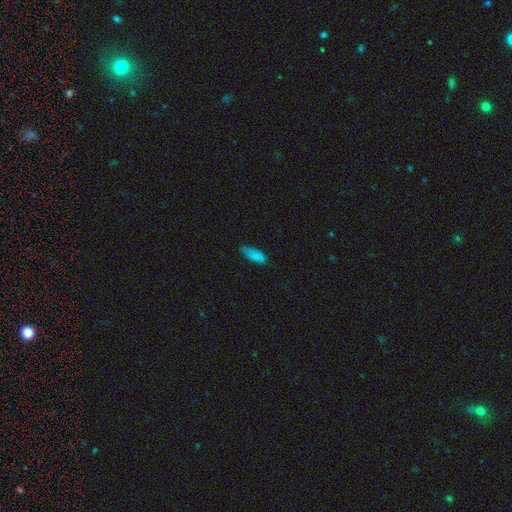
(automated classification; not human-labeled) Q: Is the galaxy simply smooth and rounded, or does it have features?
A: smooth — 84%.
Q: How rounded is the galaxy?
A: in between — 67%.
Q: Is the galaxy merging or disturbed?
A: none — 66%.